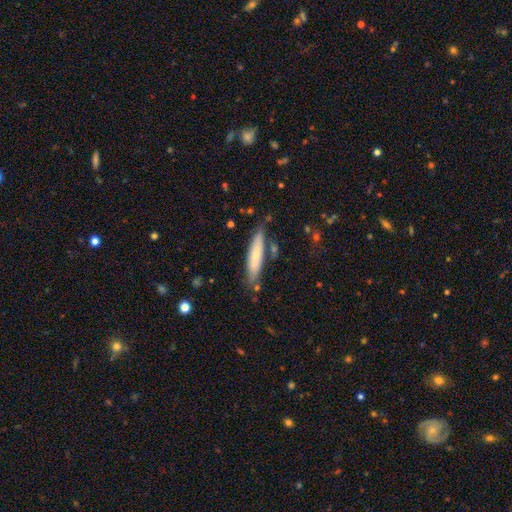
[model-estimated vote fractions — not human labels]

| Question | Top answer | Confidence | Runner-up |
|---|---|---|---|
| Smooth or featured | smooth | 71% | featured or disk (23%) |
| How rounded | cigar-shaped | 85% | in between (14%) |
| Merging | none | 79% | minor disturbance (14%) |